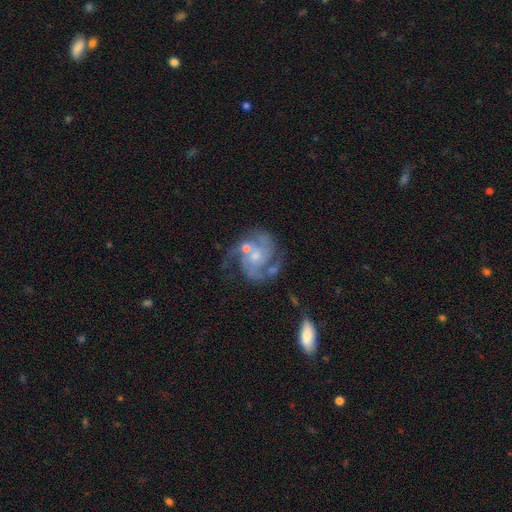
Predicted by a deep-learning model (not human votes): A featured or disk galaxy (88%) with no bar (62%), 2 (44%) medium (51%) spiral arms (96%) and a small central bulge (54%). Merging: none (52%).